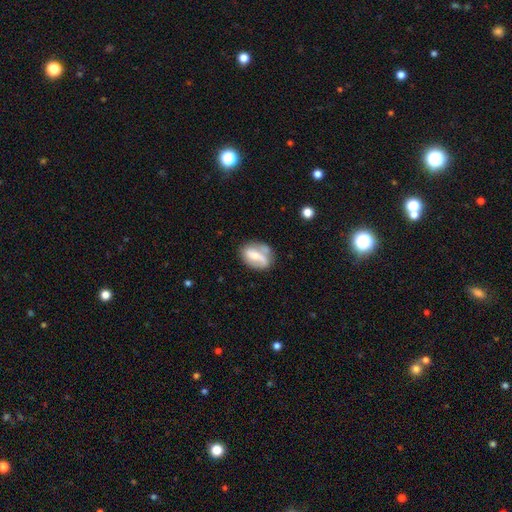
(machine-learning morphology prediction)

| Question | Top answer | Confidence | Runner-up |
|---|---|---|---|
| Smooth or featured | featured or disk | 50% | smooth (43%) |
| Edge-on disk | no | 92% | yes (8%) |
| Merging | none | 56% | minor disturbance (25%) |